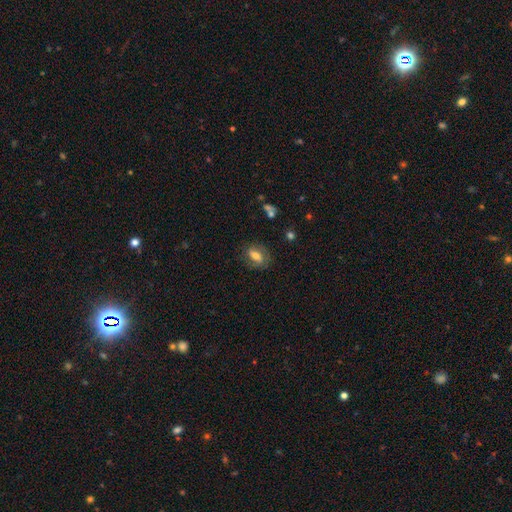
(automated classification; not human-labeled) Smooth or featured: smooth — 52% (featured or disk — 39%)
How rounded: in between — 77% (round — 17%)
Merging: none — 70% (minor disturbance — 19%)